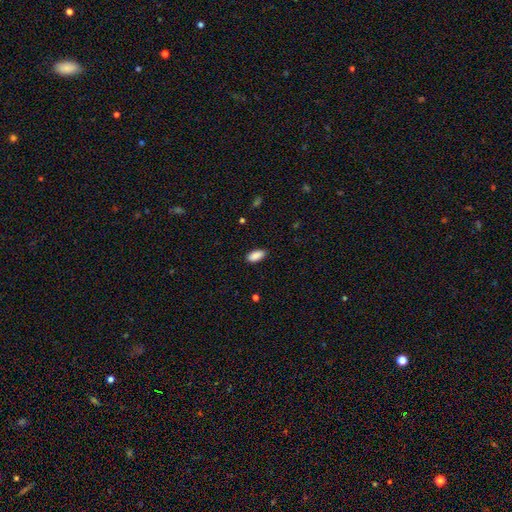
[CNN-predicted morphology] Overall: smooth (90%). How rounded: in between (91%). Merging: none (86%).